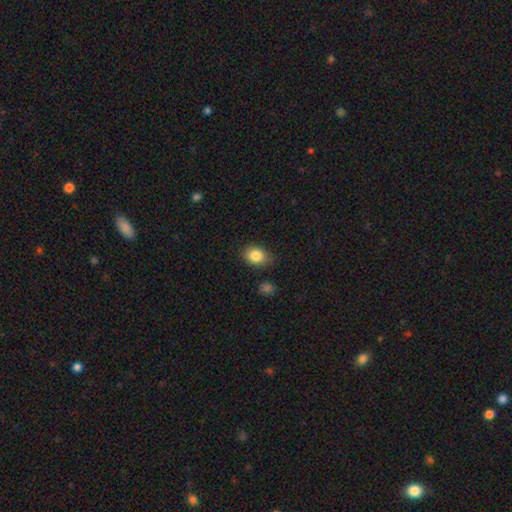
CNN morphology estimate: Smooth or featured? Predicted: smooth (p=0.84). How rounded? Predicted: in between (p=0.68). Merging? Predicted: none (p=0.81).